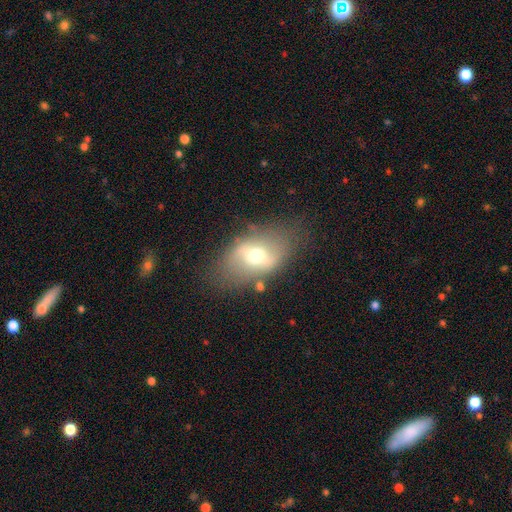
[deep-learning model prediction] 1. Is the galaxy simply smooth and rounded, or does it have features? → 49% featured or disk, 41% smooth, 10% star or artifact.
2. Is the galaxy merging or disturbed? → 70% none, 18% minor disturbance, 8% major disturbance, 3% merger.